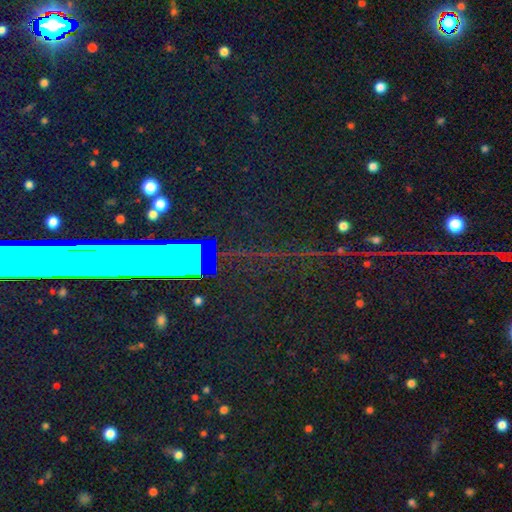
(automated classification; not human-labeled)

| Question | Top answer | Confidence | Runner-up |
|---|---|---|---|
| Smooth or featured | star or artifact | 75% | smooth (13%) |